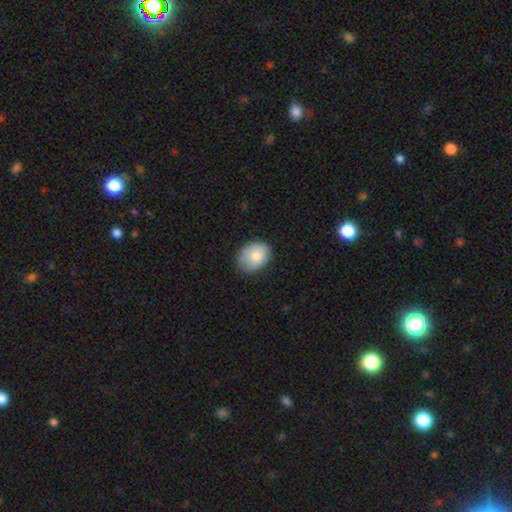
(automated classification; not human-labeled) Morphology: type=smooth (81%); roundness=in between (66%); merging=none (75%).